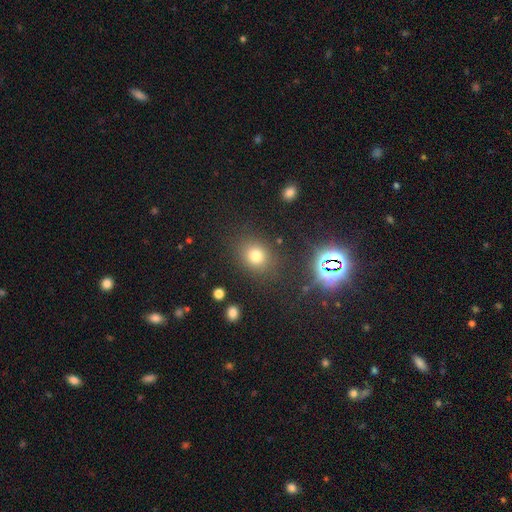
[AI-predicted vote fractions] A smooth galaxy with no disk features (74%) that is round (68%).

Vote fractions:
- Smooth or featured? smooth: 74% / star or artifact: 19% / featured or disk: 8%
- How rounded? round: 68% / in between: 31% / cigar-shaped: 1%
- Merging? none: 82% / minor disturbance: 10% / major disturbance: 5% / merger: 3%